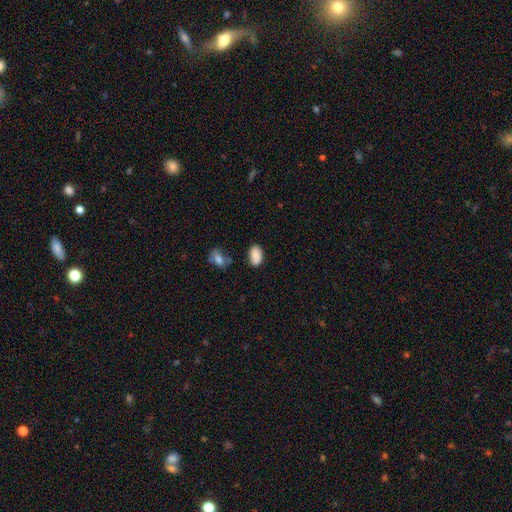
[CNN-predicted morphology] type=smooth (85%); roundness=in between (91%); merging=none (73%).